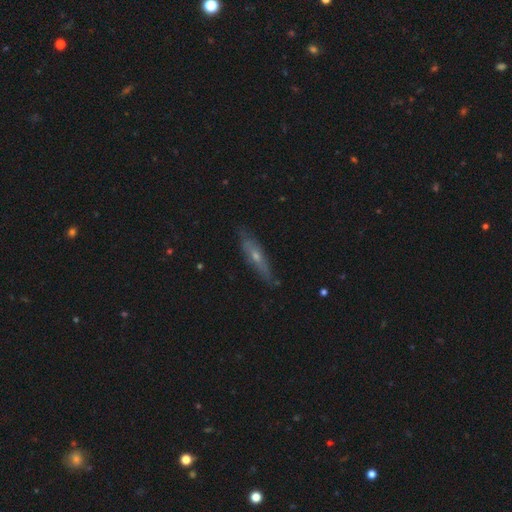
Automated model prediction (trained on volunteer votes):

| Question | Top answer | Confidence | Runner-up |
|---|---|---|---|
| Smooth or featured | featured or disk | 60% | smooth (32%) |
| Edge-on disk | yes | 76% | no (24%) |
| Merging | none | 80% | minor disturbance (16%) |